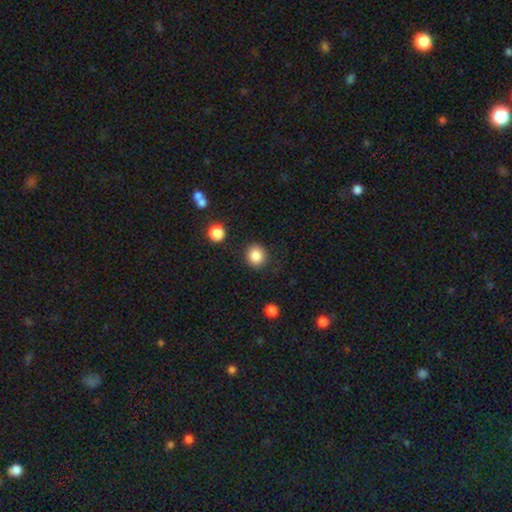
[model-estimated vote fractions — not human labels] Smooth or featured: smooth — 86% (star or artifact — 10%)
How rounded: round — 87% (in between — 12%)
Merging: none — 87% (minor disturbance — 8%)